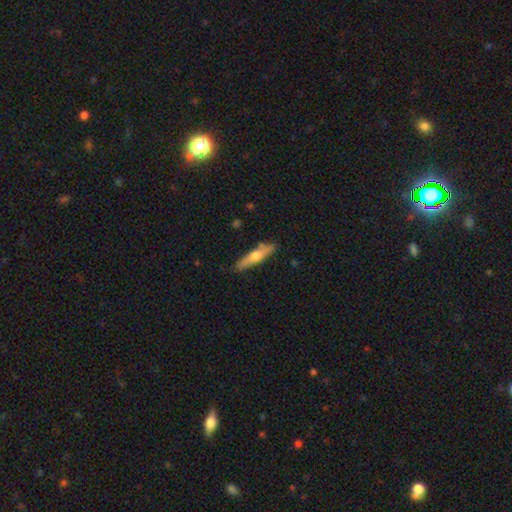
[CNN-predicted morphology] Smooth or featured? smooth (48%)
Merging? none (83%)